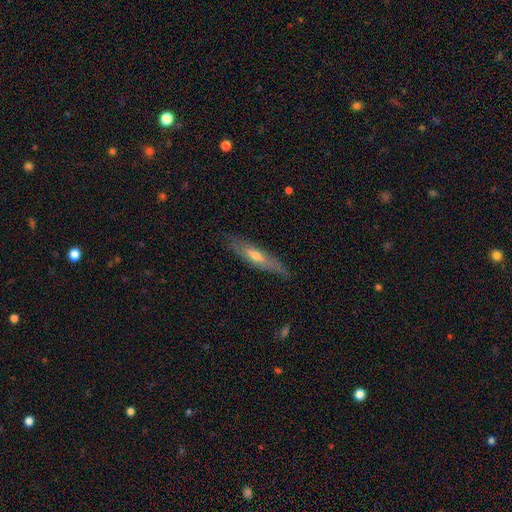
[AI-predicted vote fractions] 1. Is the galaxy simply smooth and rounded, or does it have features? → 53% featured or disk, 40% smooth, 6% star or artifact.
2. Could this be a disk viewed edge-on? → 73% yes, 27% no.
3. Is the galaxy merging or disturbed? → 80% none, 15% minor disturbance, 3% major disturbance, 1% merger.